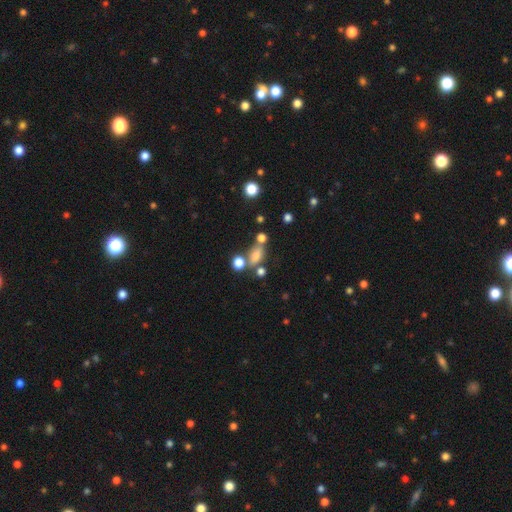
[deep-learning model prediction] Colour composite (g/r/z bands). It shows a smooth galaxy with no disk features (71%) that is in between round and cigar-shaped (74%). Merging: none (50%).